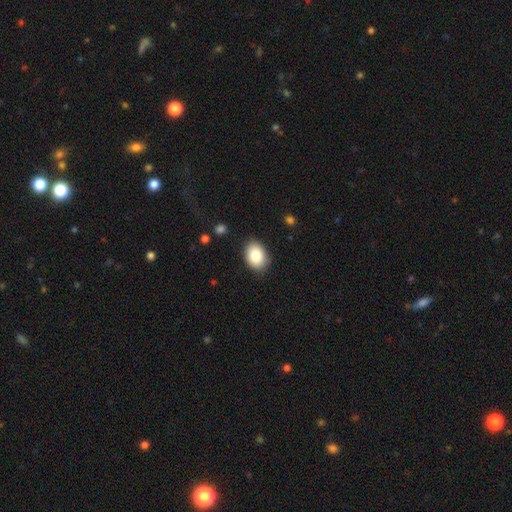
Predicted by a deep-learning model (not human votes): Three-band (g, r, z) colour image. It shows a smooth galaxy with no disk features (84%) that is in between round and cigar-shaped (76%). Merging: none (85%).